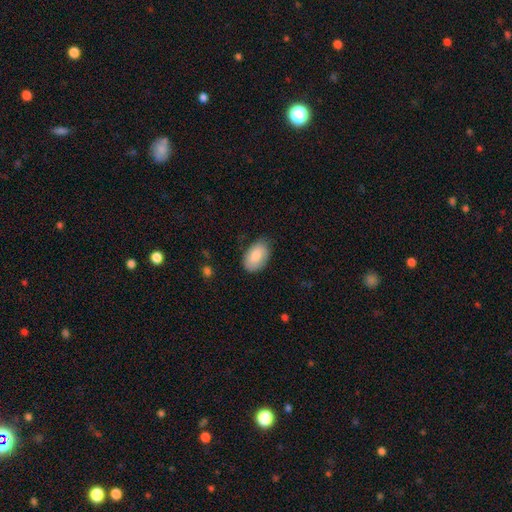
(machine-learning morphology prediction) smooth_or_featured: smooth (p=0.82) [alt: featured or disk p=0.11]
how_rounded: in between (p=0.90) [alt: round p=0.09]
merging: none (p=0.74) [alt: minor disturbance p=0.21]